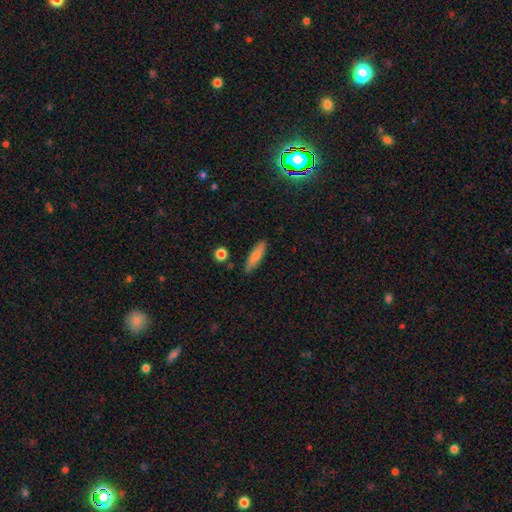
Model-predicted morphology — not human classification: Smooth or featured?
  - smooth: 78% *
  - featured or disk: 15%
  - star or artifact: 7%
How rounded?
  - cigar-shaped: 63% *
  - in between: 35%
  - round: 2%
Merging?
  - none: 84% *
  - minor disturbance: 11%
  - merger: 2%
  - major disturbance: 2%